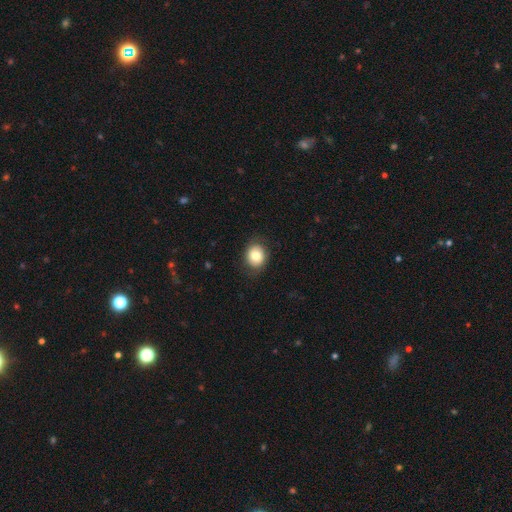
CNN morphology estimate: Smooth or featured? Predicted: smooth (p=0.79). How rounded? Predicted: round (p=0.63). Merging? Predicted: none (p=0.84).